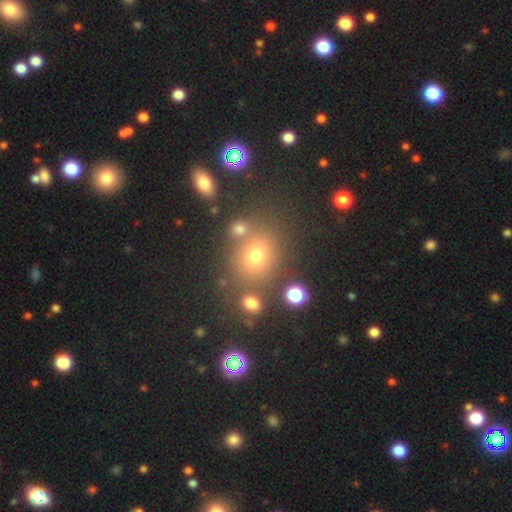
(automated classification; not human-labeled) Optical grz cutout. It shows a smooth galaxy with no disk features (63%) that is round (62%). Merging: none (71%).